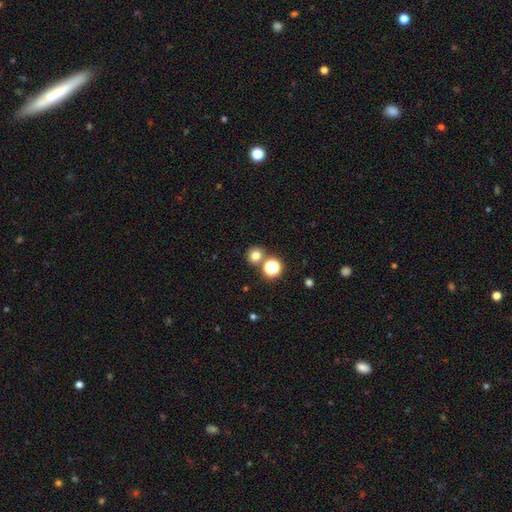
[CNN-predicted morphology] type=smooth (75%); roundness=round (88%); merging=none (74%).